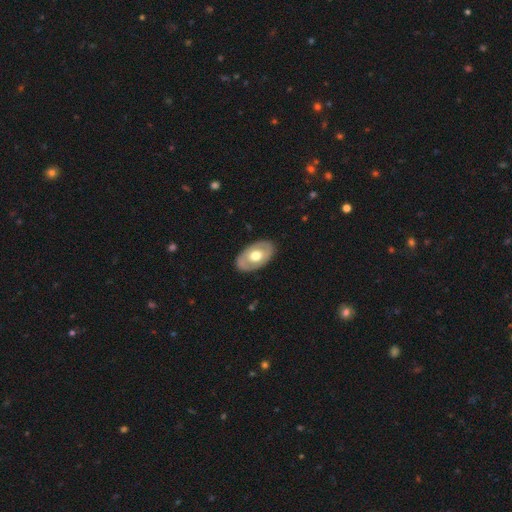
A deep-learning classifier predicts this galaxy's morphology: A featured or disk galaxy (49%). Merging: none (84%).